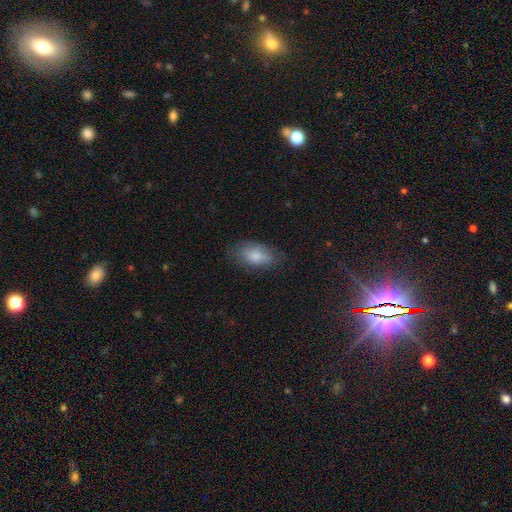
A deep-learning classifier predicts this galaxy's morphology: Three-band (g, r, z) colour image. It shows a smooth galaxy with no disk features (80%) that is in between round and cigar-shaped (90%). Merging: none (71%).